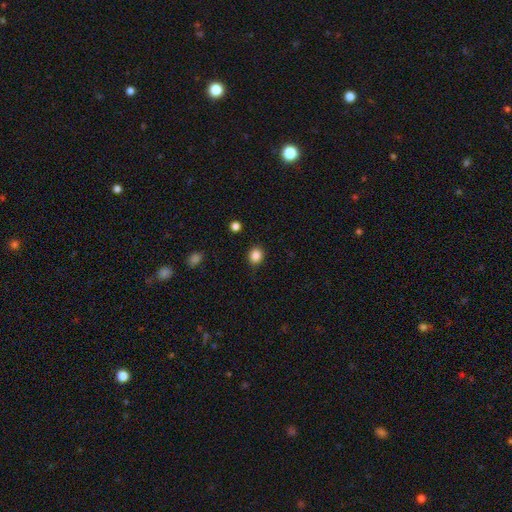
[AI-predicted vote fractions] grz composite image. It shows a smooth galaxy with no disk features (86%) that is round (73%). Merging: none (88%).